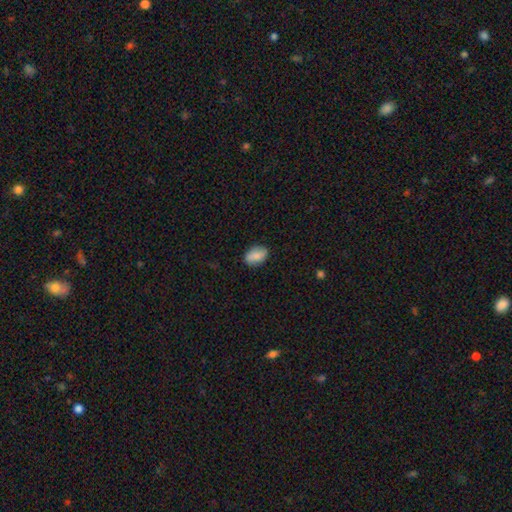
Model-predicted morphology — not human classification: Smooth or featured? Predicted: smooth (p=0.82). How rounded? Predicted: in between (p=0.87). Merging? Predicted: none (p=0.85).